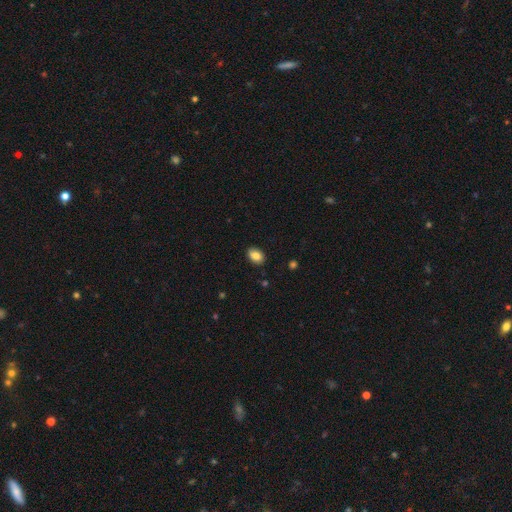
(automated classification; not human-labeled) This is clearly a smooth galaxy (84%). How rounded: clearly in between (81%). Merging: clearly none (89%).